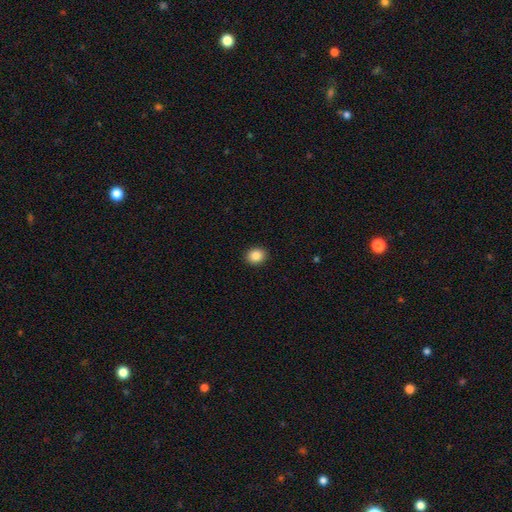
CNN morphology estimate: Overall: smooth (86%). How rounded: round (68%; in between 31%). Merging: none (92%).